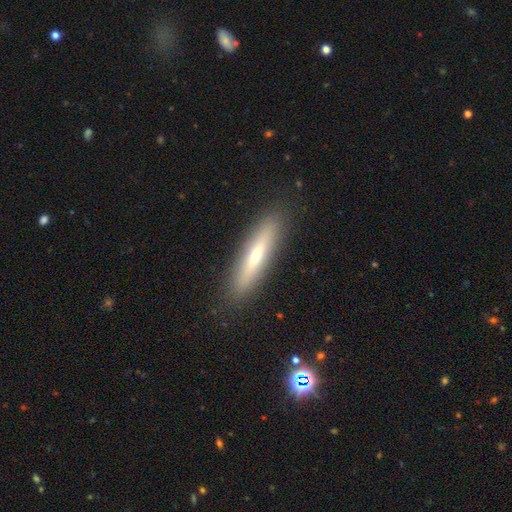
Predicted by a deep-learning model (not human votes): A smooth galaxy with no disk features (52%) that is cigar-shaped (83%). Merging: none (89%).